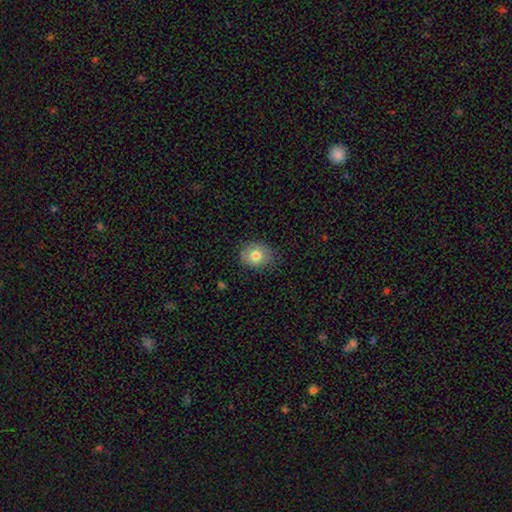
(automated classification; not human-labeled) This appears to be a smooth galaxy with no disk features (78%) that is round (60%). Merging: none (81%).